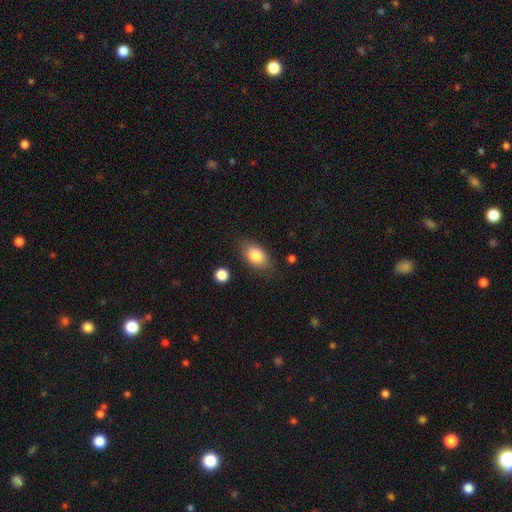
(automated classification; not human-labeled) Overall: smooth (81%). How rounded: in between (85%). Merging: none (80%).